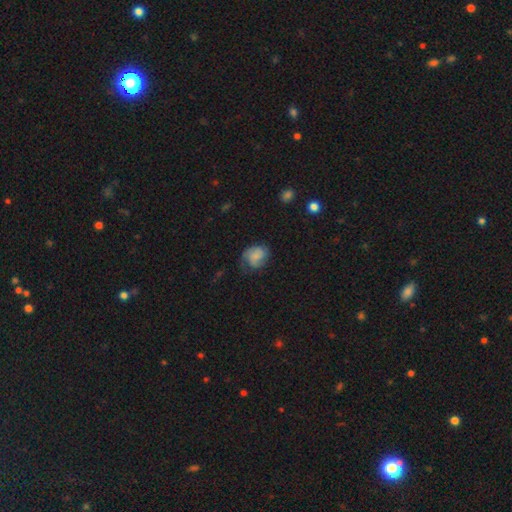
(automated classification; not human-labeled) Smooth or featured: smooth — 52% (featured or disk — 39%)
How rounded: round — 52% (in between — 47%)
Merging: none — 50% (minor disturbance — 30%)